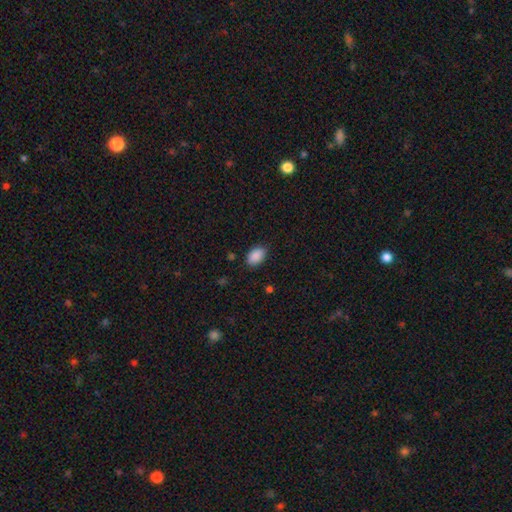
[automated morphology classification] The model was most divided on "merging": none: 86%, minor disturbance: 10%, major disturbance: 3%, merger: 1%. More confident: how rounded — in between (90%); smooth or featured — smooth (90%).